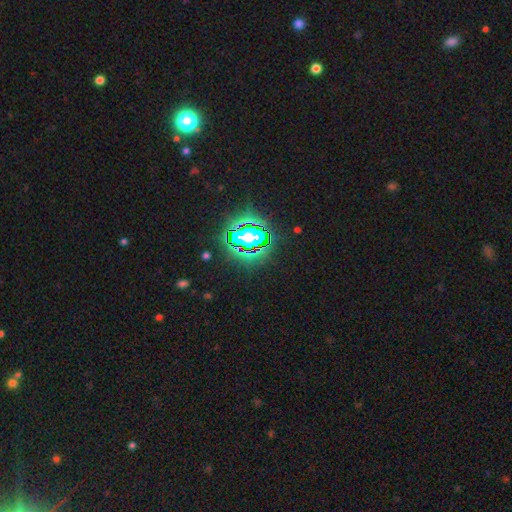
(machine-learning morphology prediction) Smooth or featured: star or artifact — 85% (smooth — 9%)